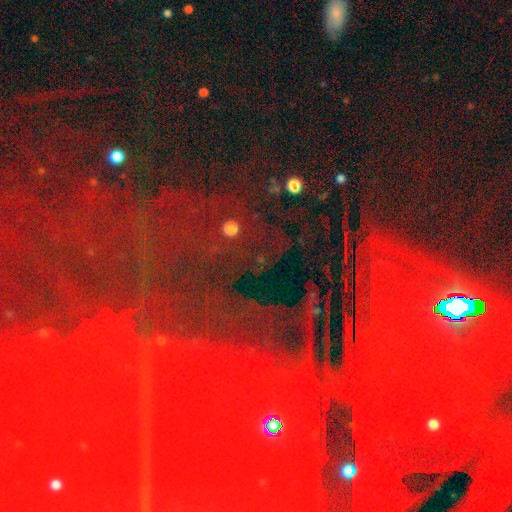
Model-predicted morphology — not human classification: type=star or artifact (82%).